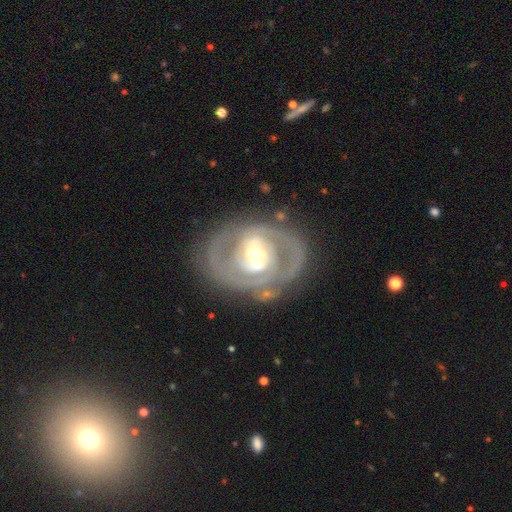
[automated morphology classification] Overall: featured or disk (88%). Edge-on disk: no (97%). Bar: weak (41%; no 33%). Spiral arms: yes (93%). Spiral arm count: 2 (68%). Spiral winding: tight (53%; medium 38%). Bulge size: moderate (59%; small 30%). Merging: none (73%).